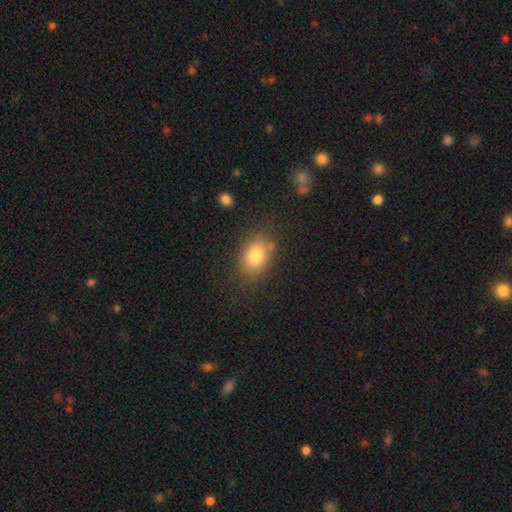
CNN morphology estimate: smooth_or_featured: smooth (p=0.79) [alt: featured or disk p=0.11]
how_rounded: in between (p=0.75) [alt: round p=0.24]
merging: none (p=0.78) [alt: minor disturbance p=0.14]